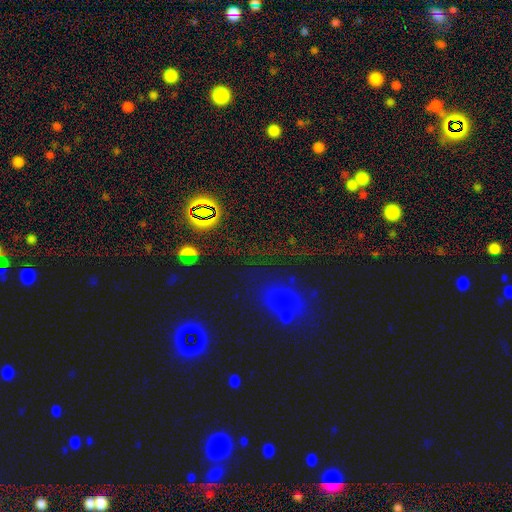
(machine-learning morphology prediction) A star or artifact, not a galaxy (64%).

Vote fractions:
- Smooth or featured? star or artifact: 64% / smooth: 26% / featured or disk: 10%